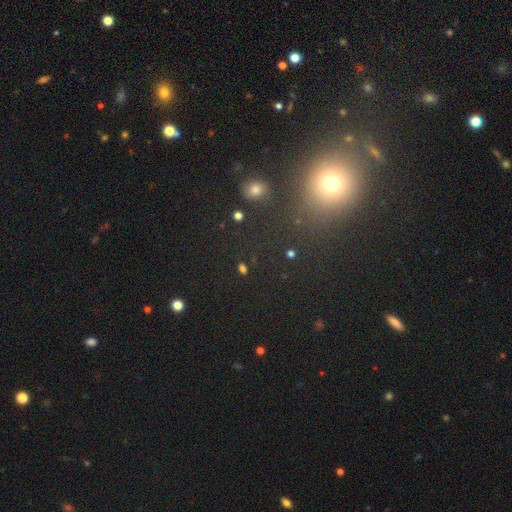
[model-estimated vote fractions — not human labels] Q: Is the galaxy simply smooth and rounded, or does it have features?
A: smooth — 47%.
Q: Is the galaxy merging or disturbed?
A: none — 83%.